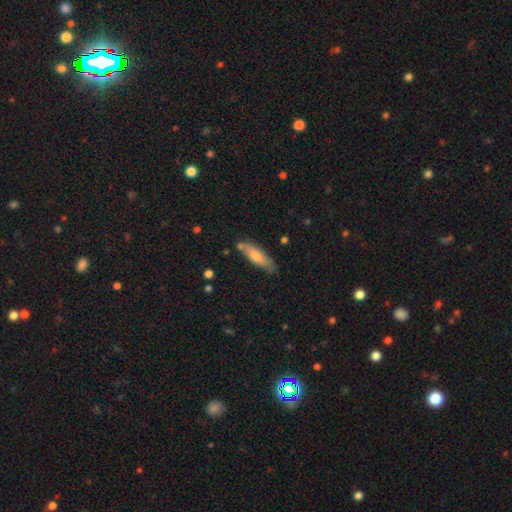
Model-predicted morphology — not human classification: The model was most divided on "how rounded": cigar-shaped: 58%, in between: 40%, round: 2%. More confident: merging — none (77%); smooth or featured — smooth (61%).